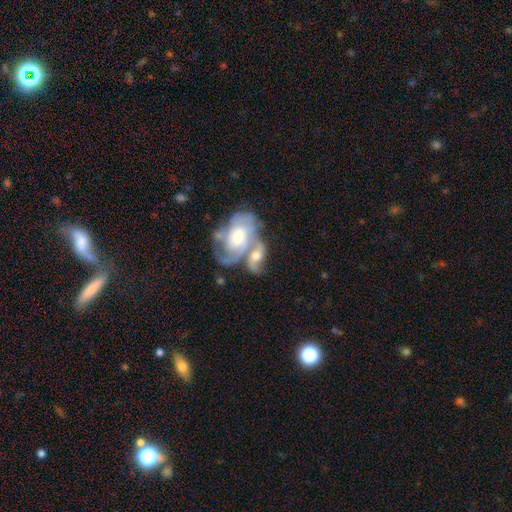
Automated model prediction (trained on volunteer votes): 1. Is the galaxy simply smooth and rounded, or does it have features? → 70% featured or disk, 23% smooth, 7% star or artifact.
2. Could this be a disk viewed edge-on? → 96% no, 4% yes.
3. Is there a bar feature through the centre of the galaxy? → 61% no, 31% weak, 7% strong.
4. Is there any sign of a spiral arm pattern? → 85% yes, 15% no.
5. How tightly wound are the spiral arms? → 41% medium, 33% loose, 25% tight.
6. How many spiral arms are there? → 56% 2, 21% can't tell, 9% 1, 9% 3, 3% 4, 3% more than 4.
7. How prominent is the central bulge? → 63% moderate, 19% small, 13% large, 3% none, 2% dominant.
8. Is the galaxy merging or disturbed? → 71% merger, 13% none, 9% major disturbance, 7% minor disturbance.